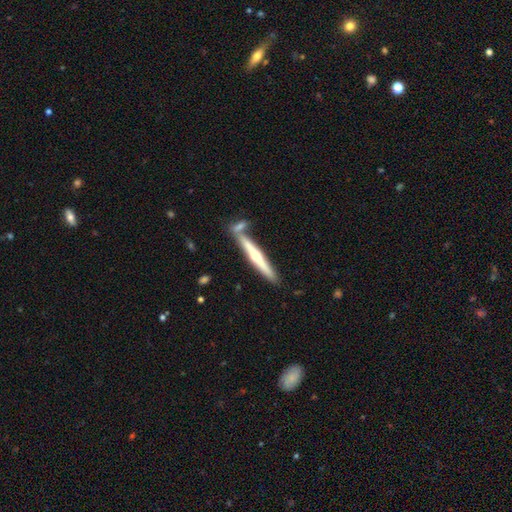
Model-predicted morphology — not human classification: Smooth or featured? featured or disk (65%)
Edge-on disk? yes (96%)
Edge-on bulge? rounded (83%)
Merging? none (73%)